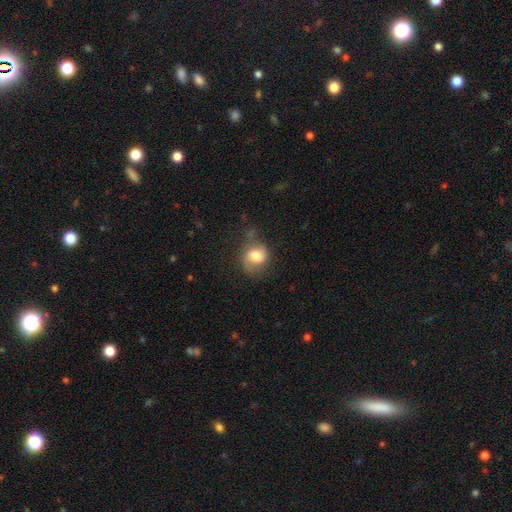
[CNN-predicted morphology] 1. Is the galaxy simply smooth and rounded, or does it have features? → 66% smooth, 26% featured or disk, 8% star or artifact.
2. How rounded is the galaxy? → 64% round, 35% in between, 1% cigar-shaped.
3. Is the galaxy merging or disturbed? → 51% none, 29% minor disturbance, 17% major disturbance, 3% merger.